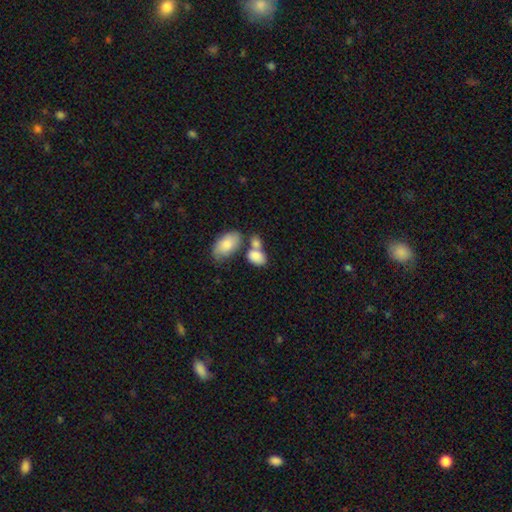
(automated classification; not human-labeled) Q: Smooth or featured?
A: smooth (83%); runner-up: featured or disk (10%)
Q: How rounded?
A: in between (87%); runner-up: round (11%)
Q: Merging?
A: merger (44%); runner-up: none (37%)